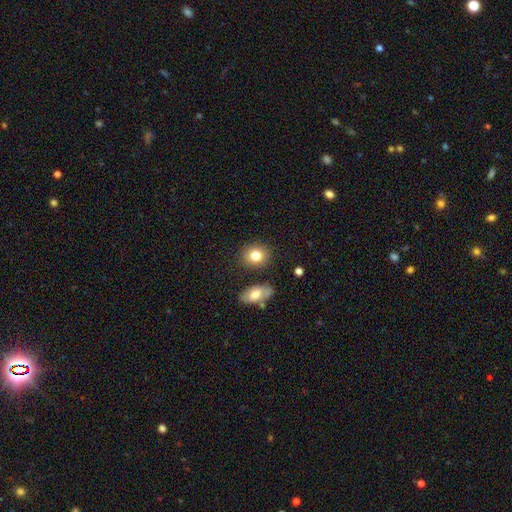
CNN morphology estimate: Overall: smooth (80%). How rounded: round (68%; in between 31%). Merging: none (82%).